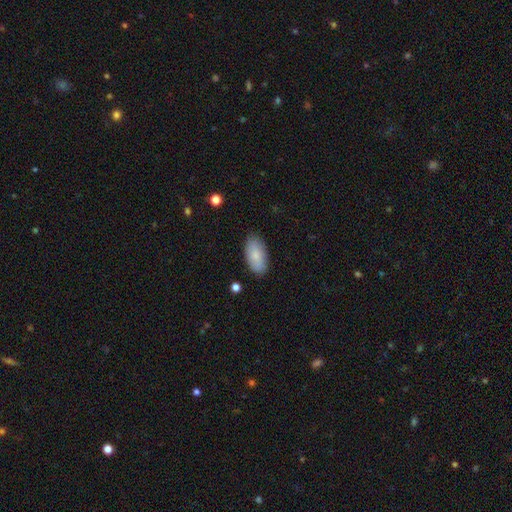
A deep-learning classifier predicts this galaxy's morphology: This is clearly a smooth galaxy (82%). How rounded: clearly in between (94%). Merging: clearly none (85%).